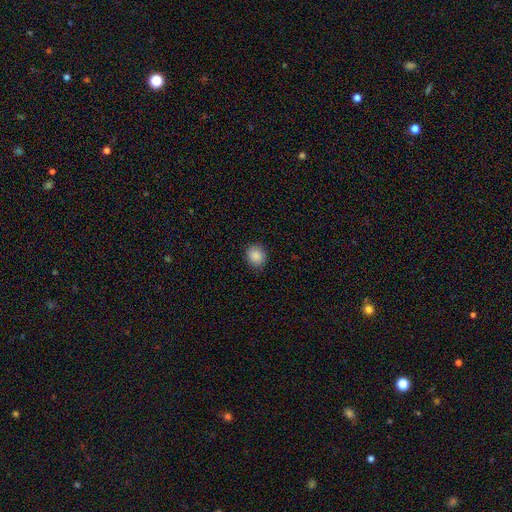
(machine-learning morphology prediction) Smooth or featured? Predicted: smooth (p=0.88). How rounded? Predicted: round (p=0.79). Merging? Predicted: none (p=0.86).